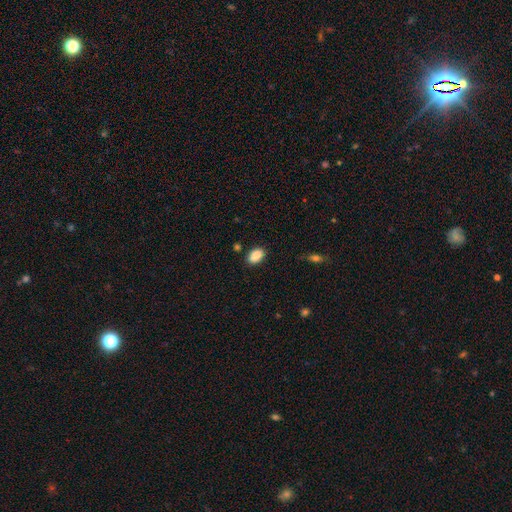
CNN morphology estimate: Smooth or featured? smooth (89%)
How rounded? in between (88%)
Merging? none (86%)